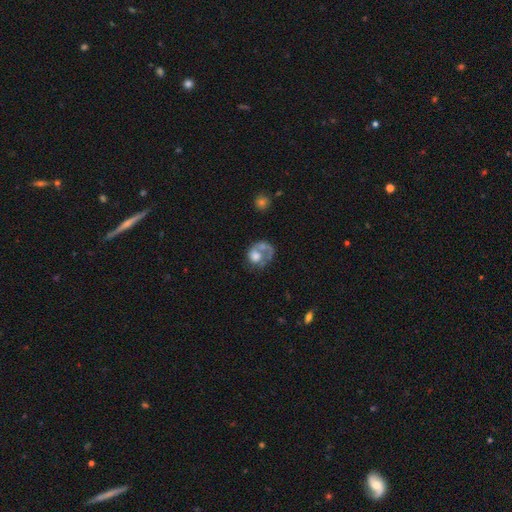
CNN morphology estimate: The model was most divided on "merging": major disturbance: 37%, none: 29%, merger: 20%, minor disturbance: 14%. More confident: edge-on disk — no (98%); smooth or featured — featured or disk (51%).